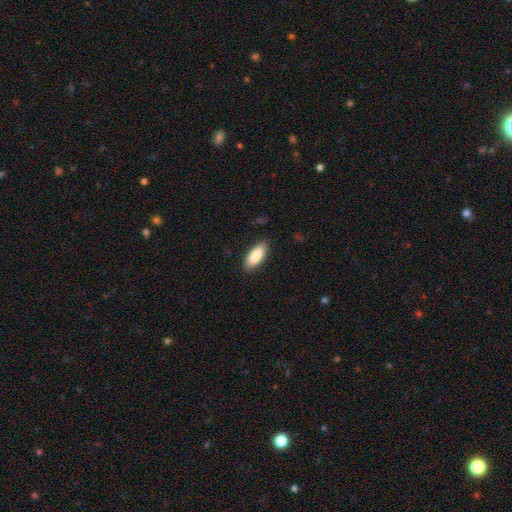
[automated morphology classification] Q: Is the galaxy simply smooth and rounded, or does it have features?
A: smooth — 88%.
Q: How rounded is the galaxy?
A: in between — 79%.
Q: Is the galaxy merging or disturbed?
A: none — 86%.